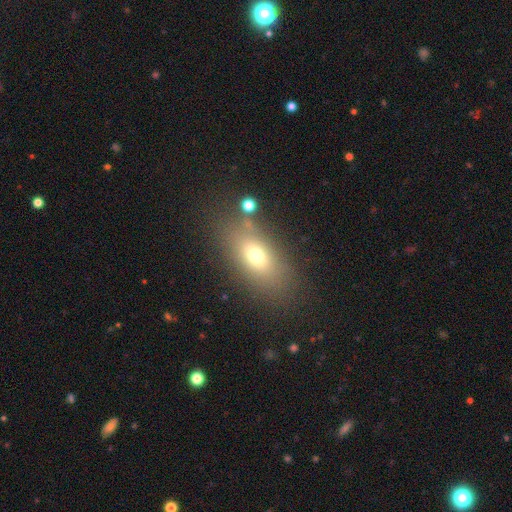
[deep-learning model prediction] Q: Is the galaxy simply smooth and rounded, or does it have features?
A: smooth — 68%.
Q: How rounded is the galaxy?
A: in between — 79%.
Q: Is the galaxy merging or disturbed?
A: none — 76%.